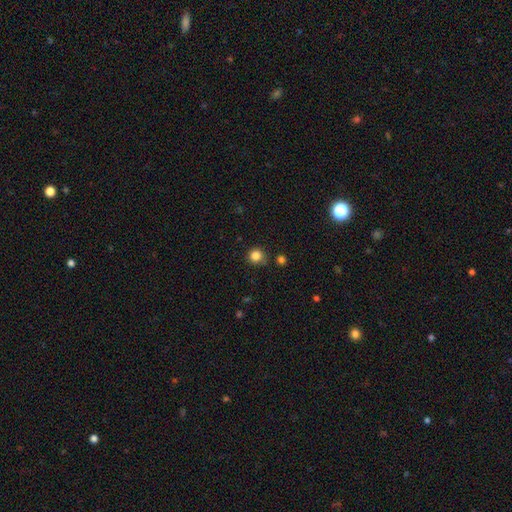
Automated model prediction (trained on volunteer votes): smooth-or-featured: smooth: 83% | star or artifact: 12% | featured or disk: 4%
  how-rounded: round: 93% | in between: 6% | cigar-shaped: 1%
  merging: none: 79% | minor disturbance: 13% | merger: 5% | major disturbance: 3%